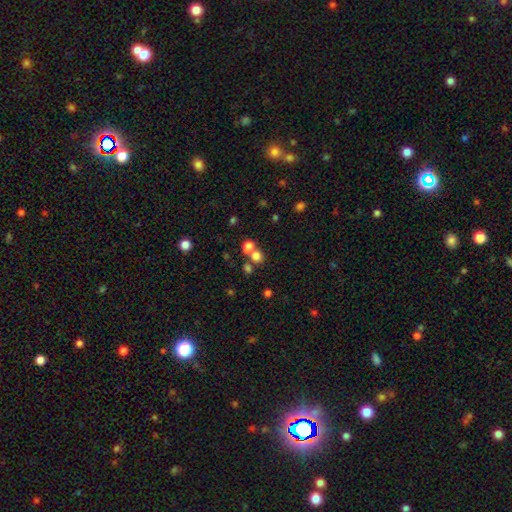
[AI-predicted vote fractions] smooth 73%, star or artifact 16%, featured or disk 11%. Down the decision tree: how rounded — round (74%); merging — none (45%).